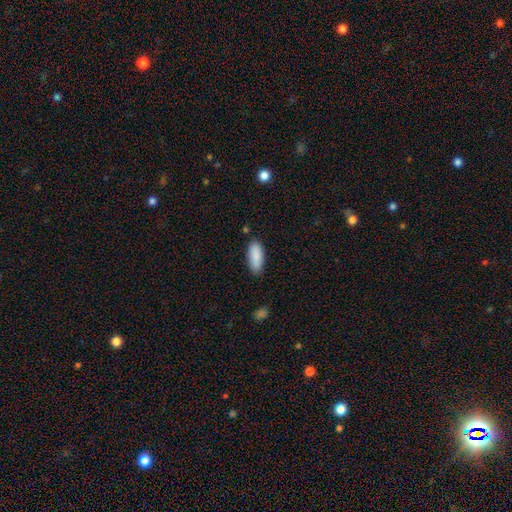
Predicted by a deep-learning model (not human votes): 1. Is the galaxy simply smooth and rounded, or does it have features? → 88% smooth, 6% star or artifact, 5% featured or disk.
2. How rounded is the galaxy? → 77% in between, 22% cigar-shaped, 2% round.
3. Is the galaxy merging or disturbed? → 80% none, 14% minor disturbance, 3% major disturbance, 3% merger.